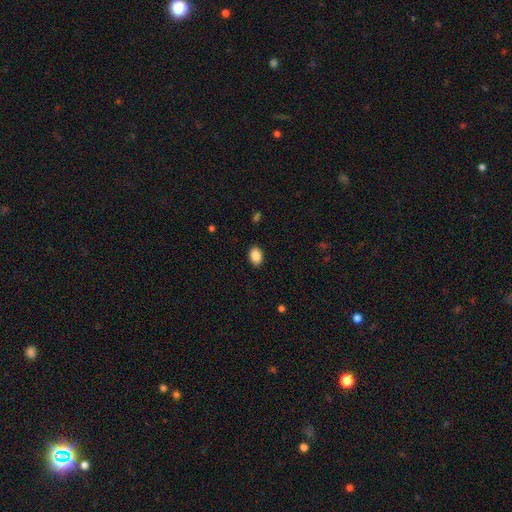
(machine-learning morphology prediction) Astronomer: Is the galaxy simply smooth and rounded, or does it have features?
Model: smooth — 88%.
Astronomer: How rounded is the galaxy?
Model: in between — 79%.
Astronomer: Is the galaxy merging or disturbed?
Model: none — 89%.